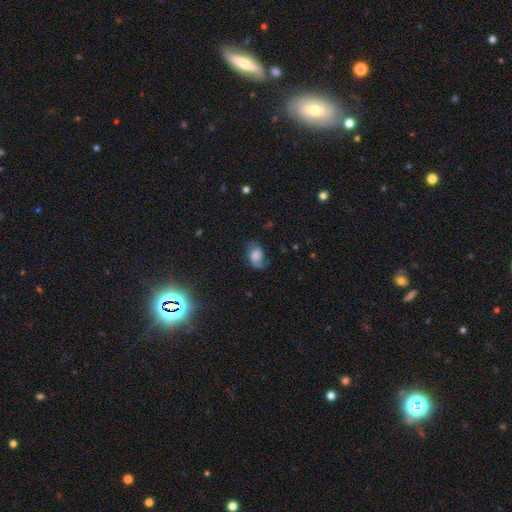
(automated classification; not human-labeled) This is possibly a featured or disk galaxy (50%). Merging: likely none (63%).